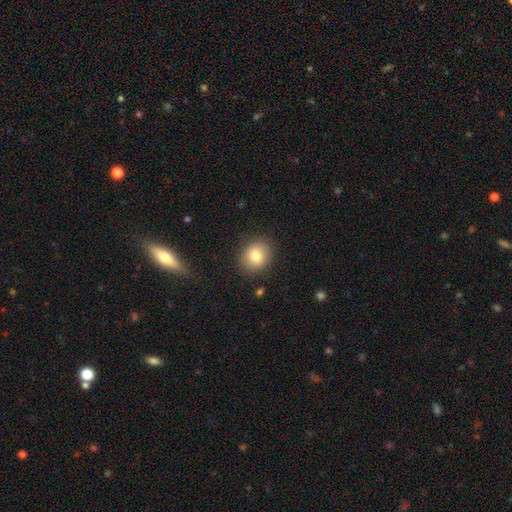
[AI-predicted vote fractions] Smooth or featured? smooth (81%)
How rounded? round (66%)
Merging? none (86%)